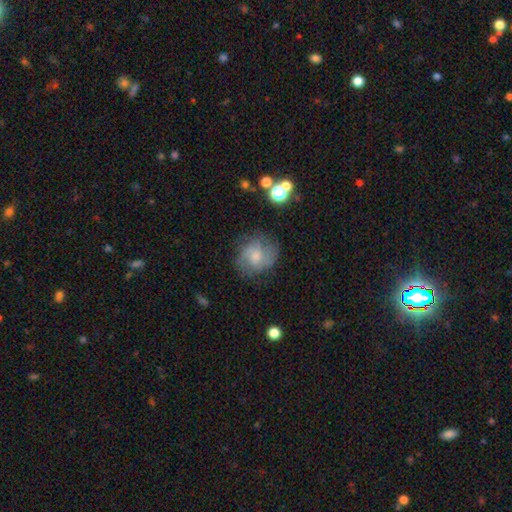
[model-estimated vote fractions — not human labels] Smooth or featured? featured or disk (54%)
Edge-on disk? no (97%)
Bar? no (71%)
Spiral arms? yes (81%)
Bulge size? small (44%)
Merging? none (65%)